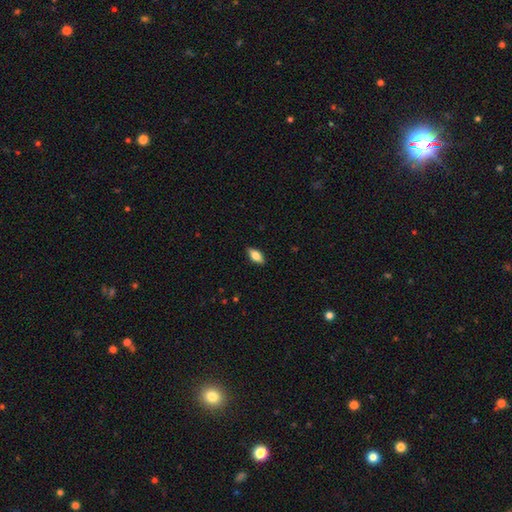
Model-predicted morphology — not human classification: smooth-or-featured: smooth: 70% | featured or disk: 23% | star or artifact: 7%
  how-rounded: in between: 83% | cigar-shaped: 14% | round: 3%
  merging: none: 89% | minor disturbance: 9% | major disturbance: 2% | merger: 1%